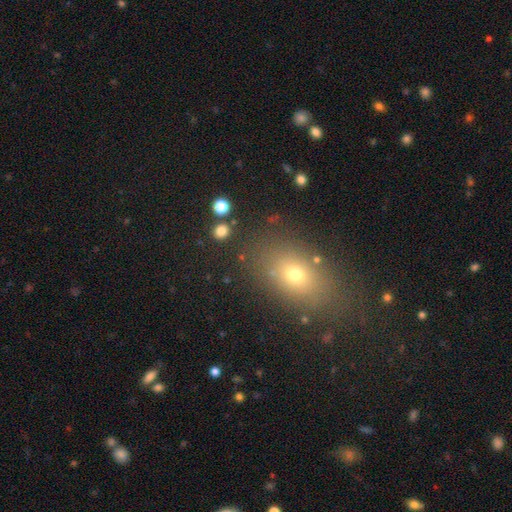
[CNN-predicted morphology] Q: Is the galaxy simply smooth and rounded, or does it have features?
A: smooth — 65%.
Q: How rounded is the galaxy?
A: in between — 71%.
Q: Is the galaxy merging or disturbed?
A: none — 81%.